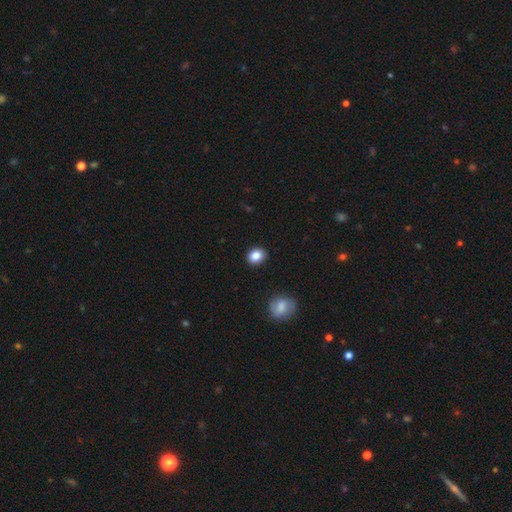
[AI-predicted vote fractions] smooth 86%, star or artifact 9%, featured or disk 5%. Down the decision tree: how rounded — round (55%); merging — none (88%).